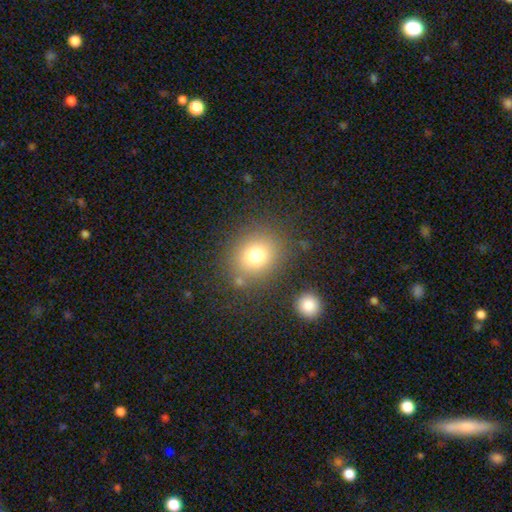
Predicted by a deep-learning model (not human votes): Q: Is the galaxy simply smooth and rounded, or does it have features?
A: smooth — 75%.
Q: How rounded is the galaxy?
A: round — 73%.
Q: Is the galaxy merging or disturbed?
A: none — 79%.